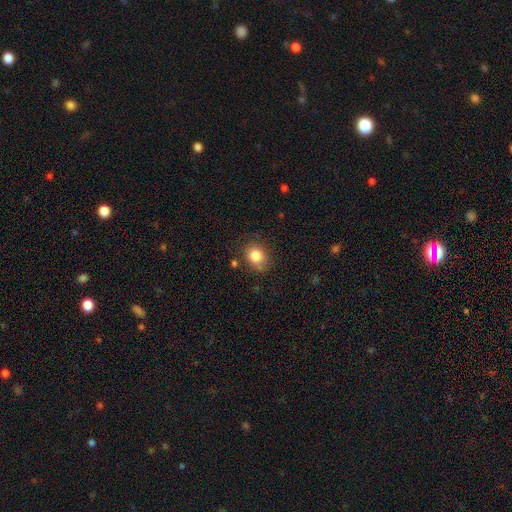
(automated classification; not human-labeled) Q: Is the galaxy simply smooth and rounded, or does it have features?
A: smooth — 84%.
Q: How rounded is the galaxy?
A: round — 61%.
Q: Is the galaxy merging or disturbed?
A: none — 76%.